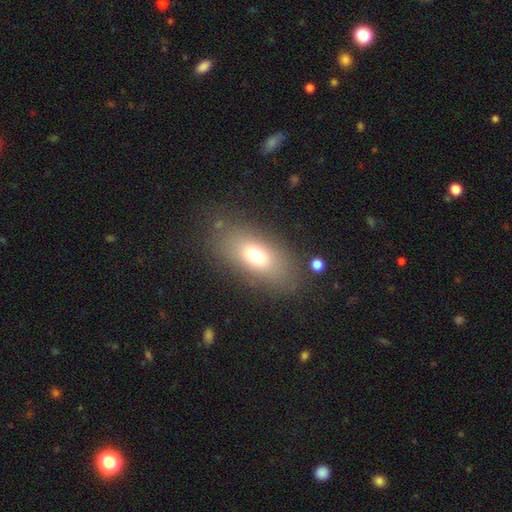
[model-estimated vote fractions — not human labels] Q: Smooth or featured?
A: smooth (70%); runner-up: featured or disk (18%)
Q: How rounded?
A: in between (83%); runner-up: cigar-shaped (9%)
Q: Merging?
A: none (80%); runner-up: minor disturbance (11%)